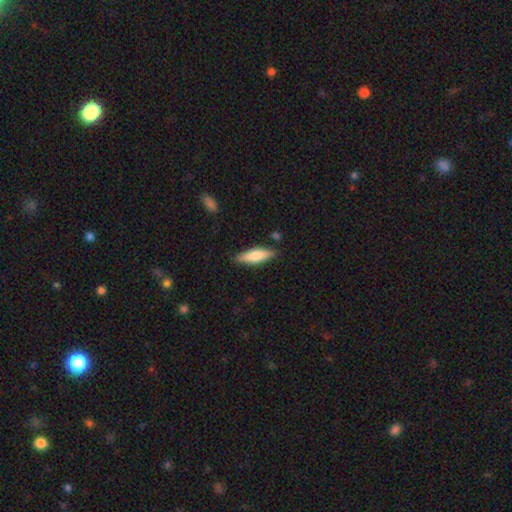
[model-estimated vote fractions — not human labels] Smooth or featured? smooth (70%)
How rounded? cigar-shaped (57%)
Merging? none (85%)